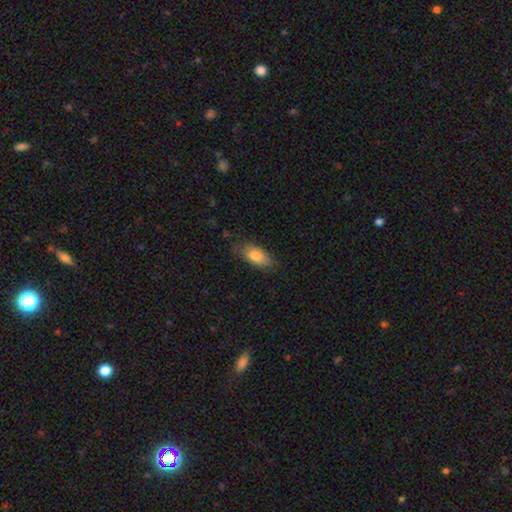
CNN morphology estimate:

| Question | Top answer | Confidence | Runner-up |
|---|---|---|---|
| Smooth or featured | smooth | 82% | featured or disk (11%) |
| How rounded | in between | 85% | cigar-shaped (13%) |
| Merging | none | 75% | minor disturbance (19%) |